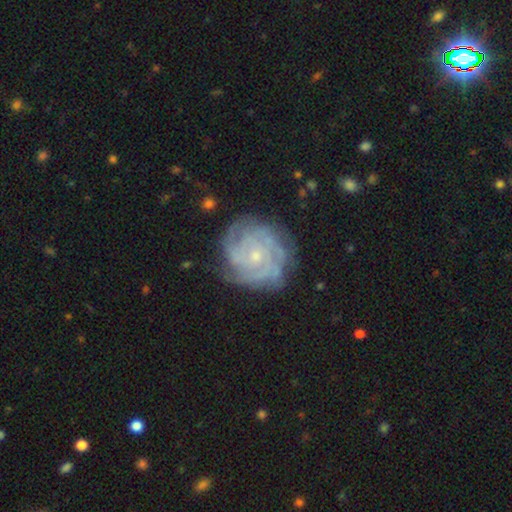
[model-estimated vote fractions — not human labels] Smooth or featured: featured or disk — 83% (smooth — 11%)
Edge-on disk: no — 98% (yes — 2%)
Bar: no — 76% (weak — 20%)
Spiral arms: yes — 94% (no — 6%)
Spiral winding: tight — 75% (medium — 21%)
Spiral arm count: can't tell — 36% (4 — 22%)
Bulge size: small — 71% (moderate — 24%)
Merging: none — 76% (minor disturbance — 17%)